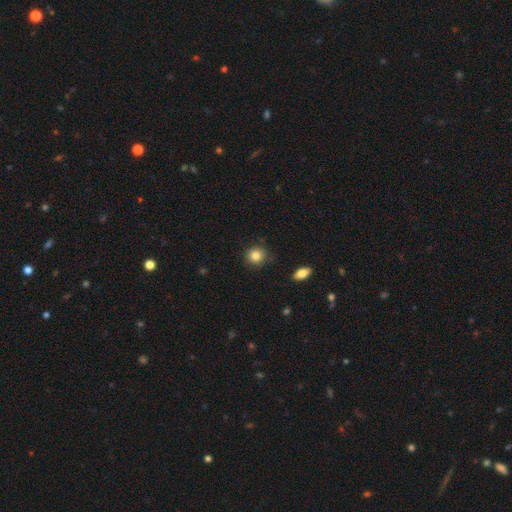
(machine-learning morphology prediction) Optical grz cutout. It shows a smooth galaxy with no disk features (84%) that is round (88%). Merging: none (85%).